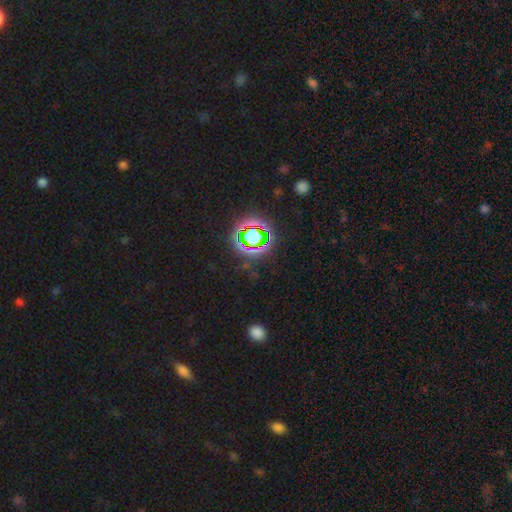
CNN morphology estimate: Smooth or featured: star or artifact — 79% (smooth — 14%)